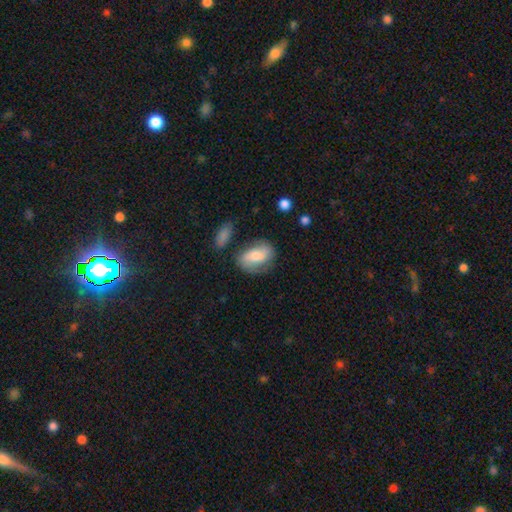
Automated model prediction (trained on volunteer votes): This is possibly a smooth galaxy (57%). How rounded: clearly in between (80%). Merging: likely none (61%).